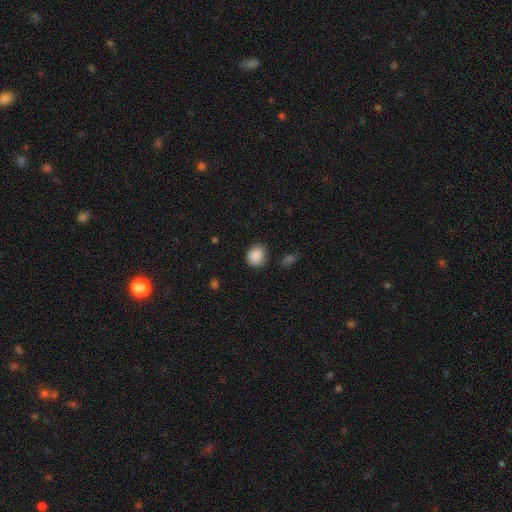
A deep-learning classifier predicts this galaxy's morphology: smooth_or_featured: smooth (p=0.87) [alt: star or artifact p=0.08]
how_rounded: round (p=0.67) [alt: in between p=0.32]
merging: none (p=0.67) [alt: minor disturbance p=0.24]